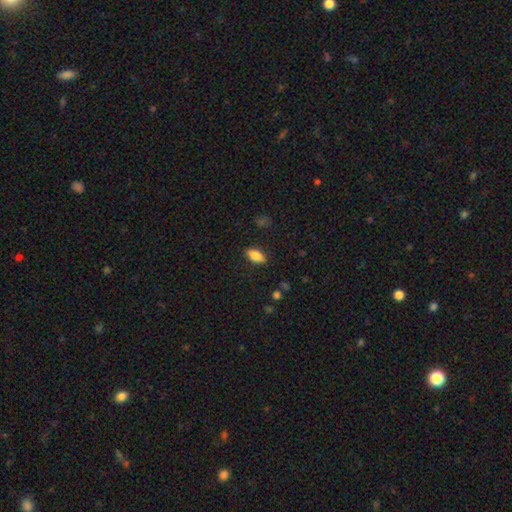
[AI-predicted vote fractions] smooth_or_featured: smooth (p=0.84) [alt: featured or disk p=0.08]
how_rounded: in between (p=0.90) [alt: cigar-shaped p=0.07]
merging: none (p=0.87) [alt: minor disturbance p=0.09]